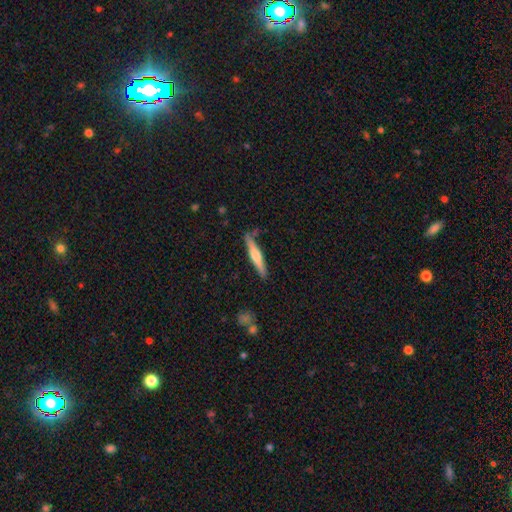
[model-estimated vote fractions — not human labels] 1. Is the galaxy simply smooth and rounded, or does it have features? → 51% featured or disk, 44% smooth, 5% star or artifact.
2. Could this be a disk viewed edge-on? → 97% yes, 3% no.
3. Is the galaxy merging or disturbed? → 85% none, 11% minor disturbance, 3% merger, 2% major disturbance.